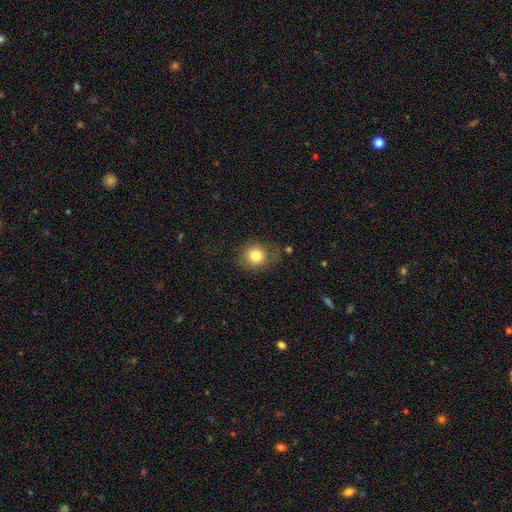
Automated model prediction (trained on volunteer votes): Smooth or featured? Predicted: smooth (p=0.81). How rounded? Predicted: round (p=0.82). Merging? Predicted: none (p=0.72).